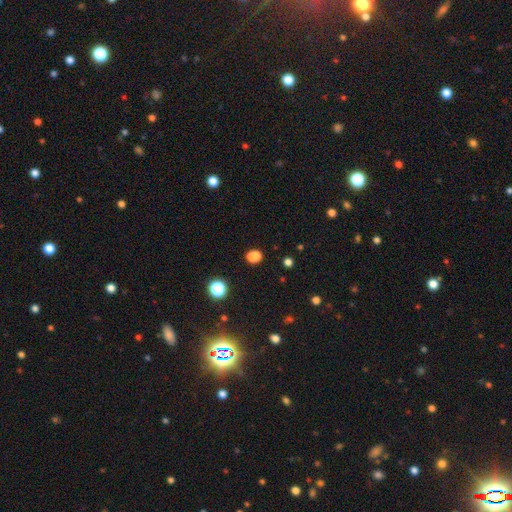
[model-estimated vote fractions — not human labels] This appears to be a smooth galaxy with no disk features (72%) that is round (50%). Merging: none (75%).